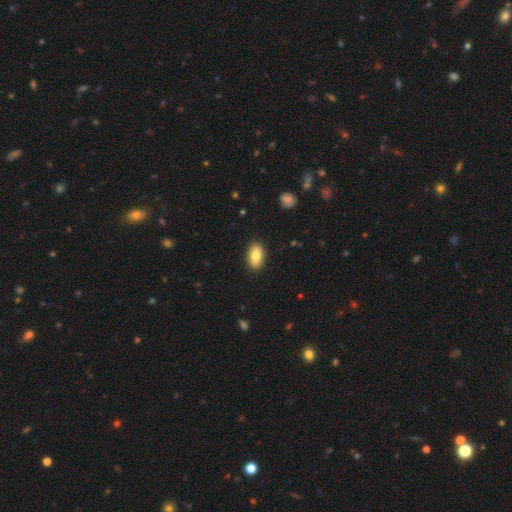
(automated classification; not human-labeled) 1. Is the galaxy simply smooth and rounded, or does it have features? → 84% smooth, 10% featured or disk, 7% star or artifact.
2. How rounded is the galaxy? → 92% in between, 5% round, 3% cigar-shaped.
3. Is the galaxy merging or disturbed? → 89% none, 8% minor disturbance, 2% major disturbance, 1% merger.